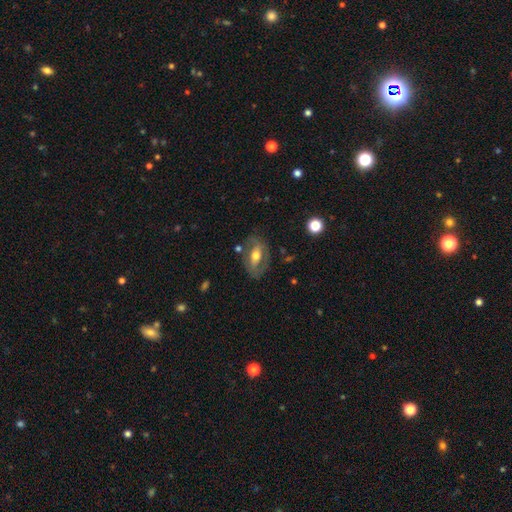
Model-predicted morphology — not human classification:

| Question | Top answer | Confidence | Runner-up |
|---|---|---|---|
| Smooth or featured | featured or disk | 59% | smooth (34%) |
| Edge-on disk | no | 86% | yes (14%) |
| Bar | no | 38% | strong (32%) |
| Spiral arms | no | 58% | yes (42%) |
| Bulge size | moderate | 71% | small (14%) |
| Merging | none | 68% | minor disturbance (19%) |